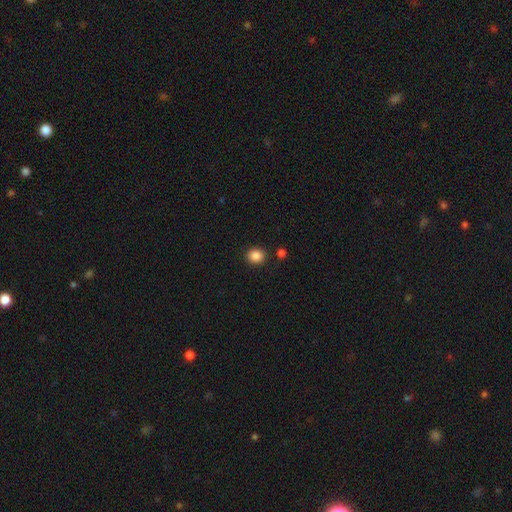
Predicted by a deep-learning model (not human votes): Smooth or featured? Predicted: smooth (p=0.87). How rounded? Predicted: round (p=0.76). Merging? Predicted: none (p=0.87).